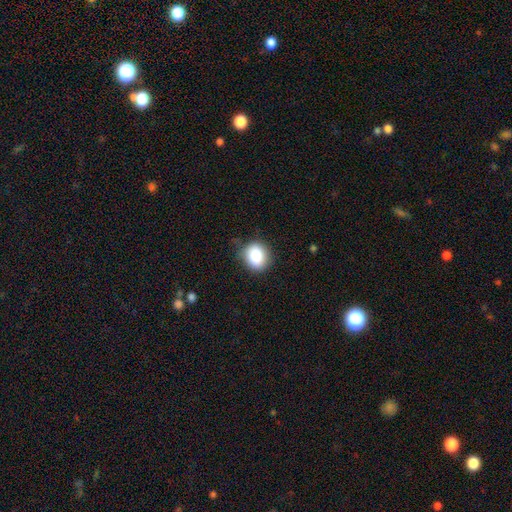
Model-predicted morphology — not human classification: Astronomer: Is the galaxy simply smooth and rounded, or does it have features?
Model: smooth — 85%.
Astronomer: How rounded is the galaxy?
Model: round — 71%.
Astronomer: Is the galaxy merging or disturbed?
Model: none — 80%.